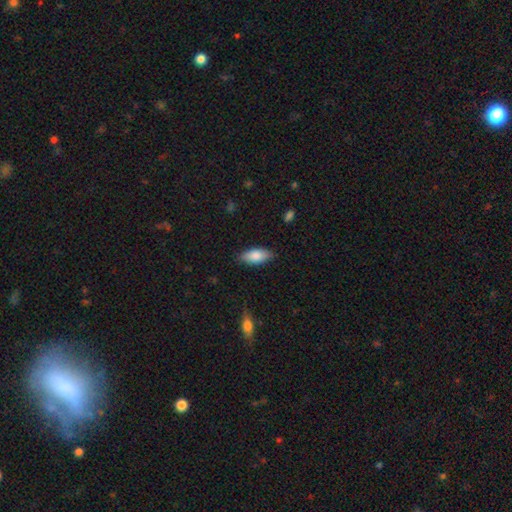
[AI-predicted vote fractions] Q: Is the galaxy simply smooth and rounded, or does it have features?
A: smooth — 82%.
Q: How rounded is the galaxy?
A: in between — 85%.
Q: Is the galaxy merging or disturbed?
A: none — 84%.